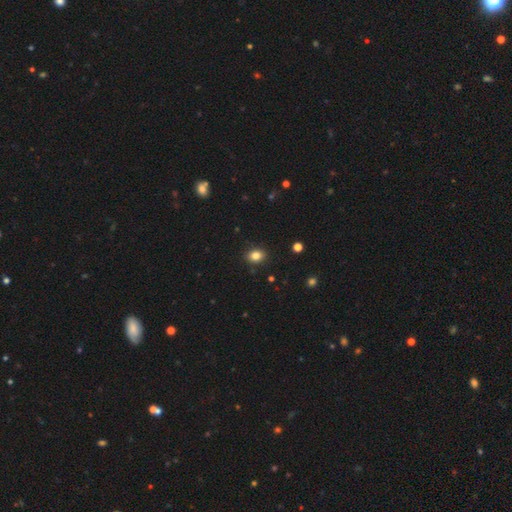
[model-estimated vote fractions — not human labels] Smooth or featured: smooth — 83% (star or artifact — 11%)
How rounded: in between — 59% (round — 40%)
Merging: none — 89% (minor disturbance — 8%)